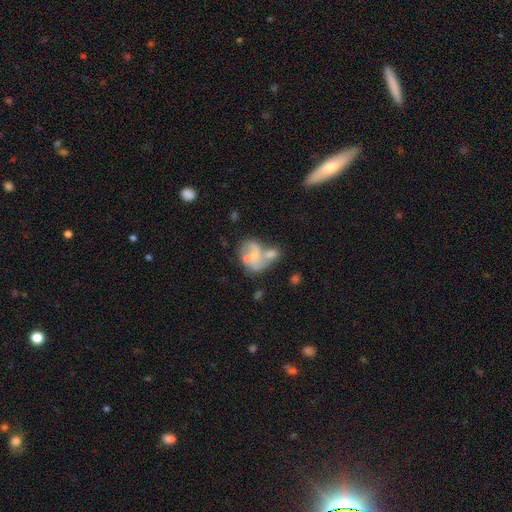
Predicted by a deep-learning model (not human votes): A featured or disk galaxy (52%) with no bar (80%), no spiral arms (64%) and a small central bulge (49%). Merging: merger (48%).